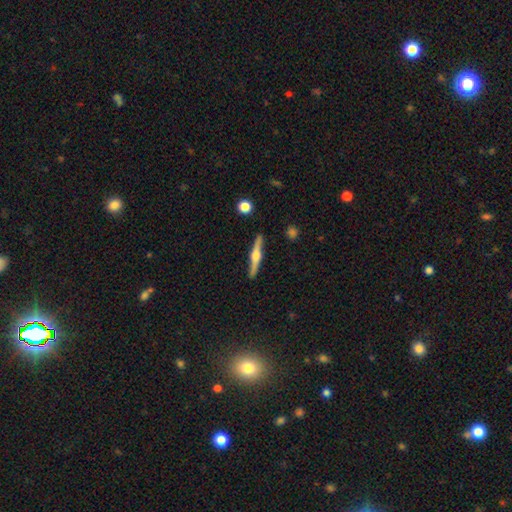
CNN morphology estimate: Smooth or featured? Predicted: featured or disk (p=0.72). Edge-on disk? Predicted: yes (p=0.98). Edge-on bulge? Predicted: rounded (p=0.92). Merging? Predicted: none (p=0.89).